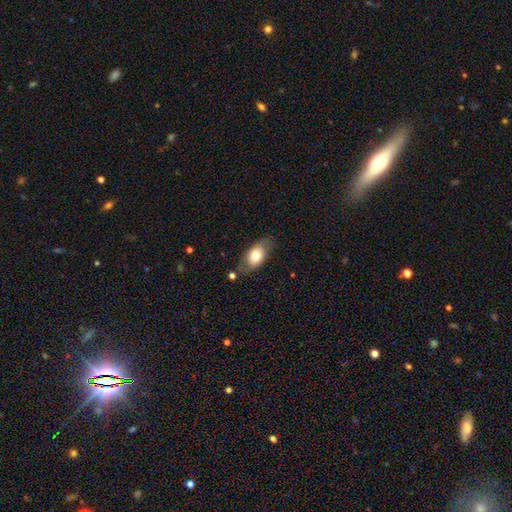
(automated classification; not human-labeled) Morphology: type=smooth (73%); roundness=in between (87%); merging=none (71%).